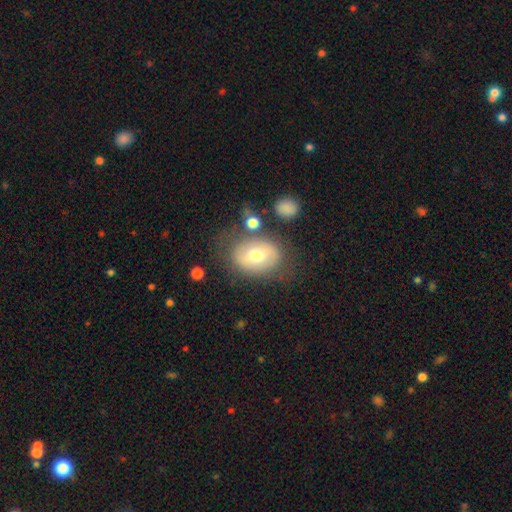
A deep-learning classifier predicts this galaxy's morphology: A smooth galaxy with no disk features (57%) that is in between round and cigar-shaped (64%).

Vote fractions:
- Smooth or featured? smooth: 57% / featured or disk: 35% / star or artifact: 8%
- How rounded? in between: 64% / round: 35% / cigar-shaped: 1%
- Merging? none: 66% / minor disturbance: 18% / major disturbance: 10% / merger: 7%